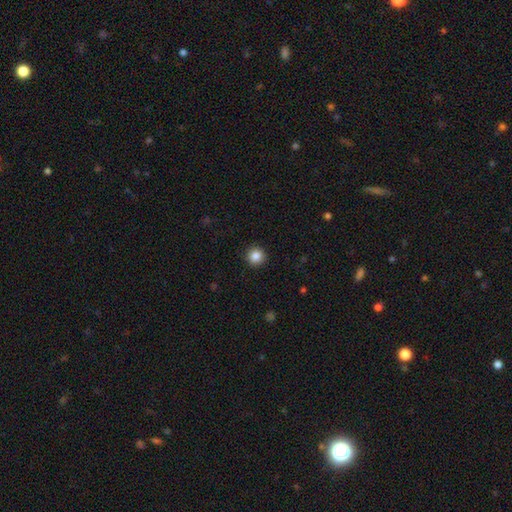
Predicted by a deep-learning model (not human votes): Smooth or featured? smooth (85%)
How rounded? round (96%)
Merging? none (93%)